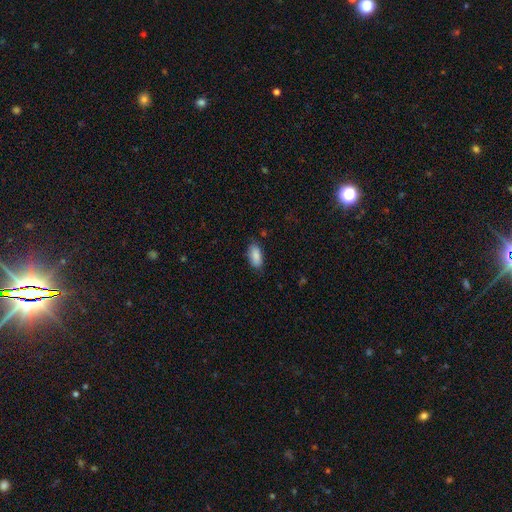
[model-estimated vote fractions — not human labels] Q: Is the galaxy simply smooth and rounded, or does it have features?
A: smooth — 88%.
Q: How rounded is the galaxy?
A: in between — 90%.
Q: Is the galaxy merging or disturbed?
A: none — 82%.